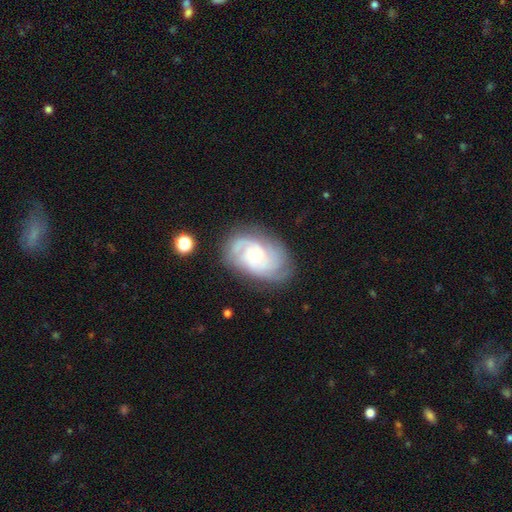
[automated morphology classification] The model was most divided on "bulge size": moderate: 50%, small: 45%, large: 3%, none: 1%, dominant: 1%. Remaining: edge-on disk — no (97%); spiral arms — yes (96%); smooth or featured — featured or disk (84%); merging — none (77%); bar — no (73%); spiral winding — tight (63%); spiral arm count — 3 (37%).